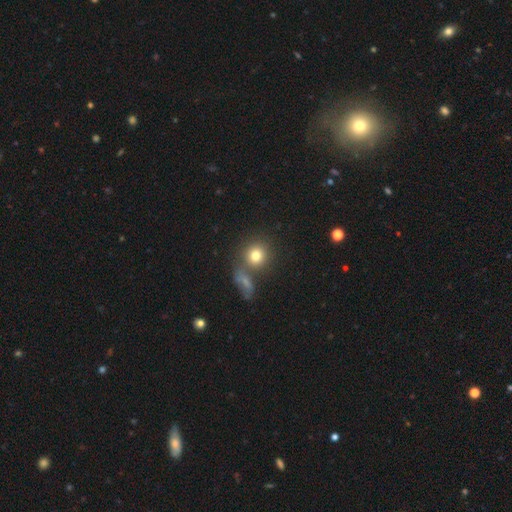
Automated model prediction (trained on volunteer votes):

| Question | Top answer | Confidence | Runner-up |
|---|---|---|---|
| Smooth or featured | smooth | 77% | star or artifact (11%) |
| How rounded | round | 85% | in between (13%) |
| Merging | none | 63% | merger (22%) |